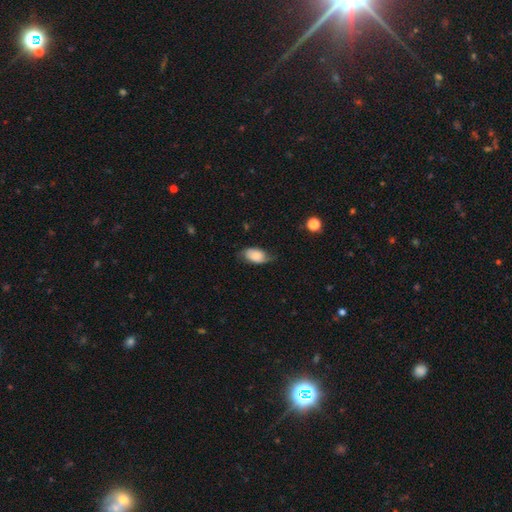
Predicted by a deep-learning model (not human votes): This is likely a smooth galaxy (69%). How rounded: clearly in between (92%). Merging: possibly none (56%).